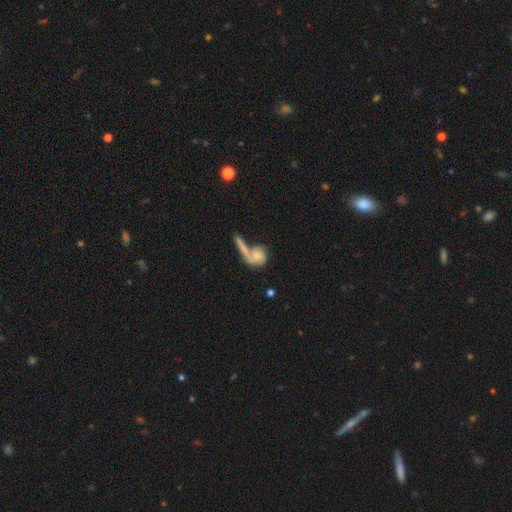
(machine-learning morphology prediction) Smooth or featured? smooth (51%)
How rounded? round (51%)
Merging? merger (42%)